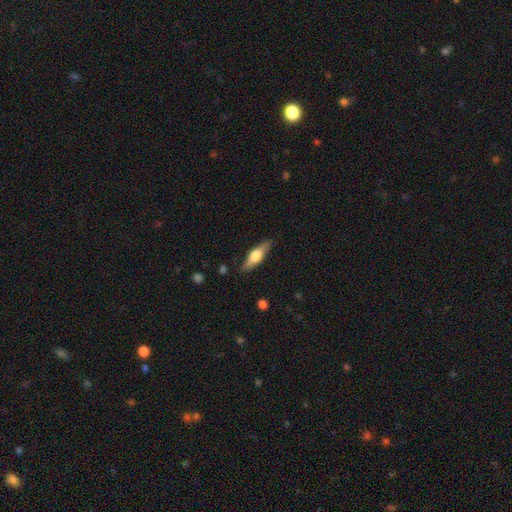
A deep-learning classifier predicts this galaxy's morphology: type=featured or disk (51%); edge-on=yes (93%); merging=none (85%).